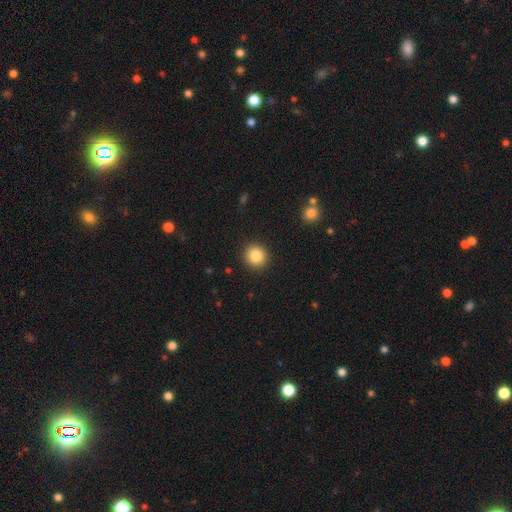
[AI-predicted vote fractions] Smooth or featured? smooth (85%)
How rounded? round (92%)
Merging? none (92%)